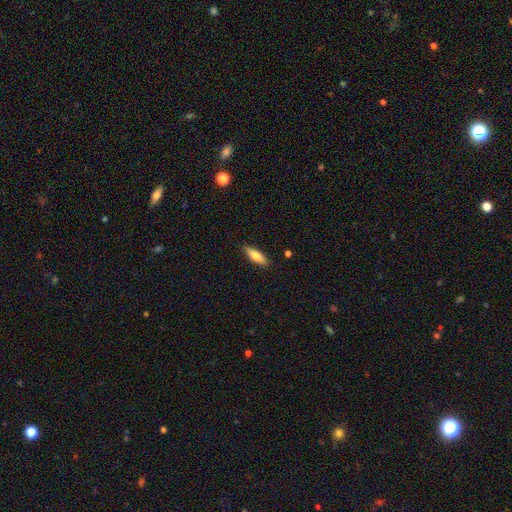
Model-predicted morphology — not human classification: A smooth galaxy with no disk features (70%) that is cigar-shaped (53%).

Vote fractions:
- Smooth or featured? smooth: 70% / featured or disk: 24% / star or artifact: 6%
- How rounded? cigar-shaped: 53% / in between: 45% / round: 2%
- Merging? none: 88% / minor disturbance: 9% / major disturbance: 2% / merger: 1%